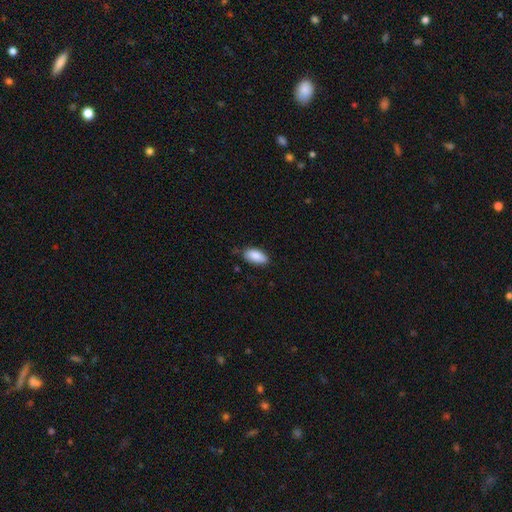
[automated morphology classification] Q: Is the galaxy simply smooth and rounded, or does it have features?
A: smooth — 87%.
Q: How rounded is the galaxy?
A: in between — 91%.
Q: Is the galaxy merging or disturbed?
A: none — 78%.